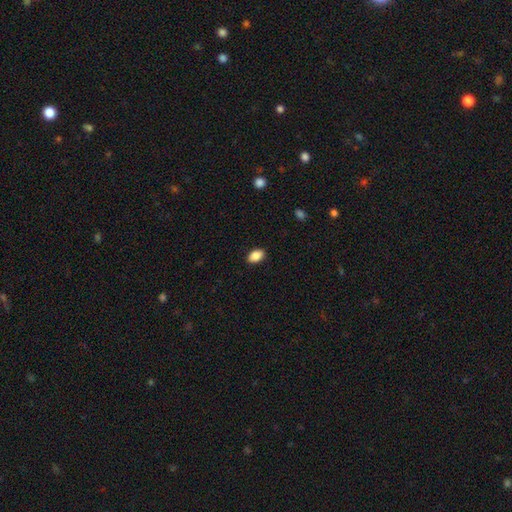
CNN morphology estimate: A smooth galaxy with no disk features (88%) that is in between round and cigar-shaped (89%). Merging: none (89%).